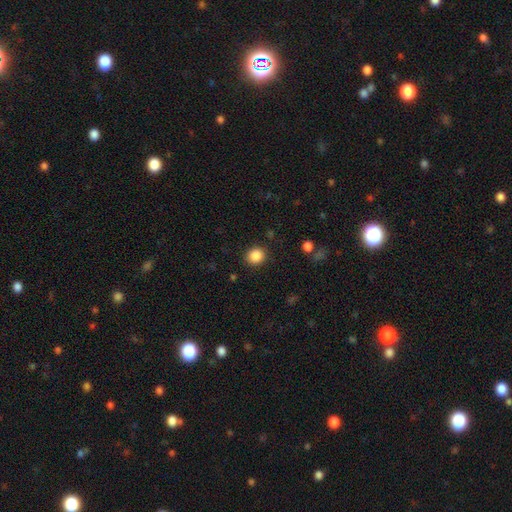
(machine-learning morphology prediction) This appears to be a smooth galaxy with no disk features (87%) that is round (82%). Merging: none (89%).